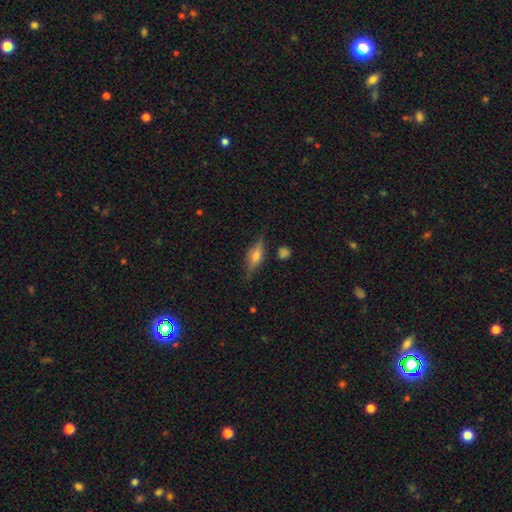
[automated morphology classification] Smooth or featured? Predicted: featured or disk (p=0.54). Edge-on disk? Predicted: yes (p=0.92). Merging? Predicted: none (p=0.78).